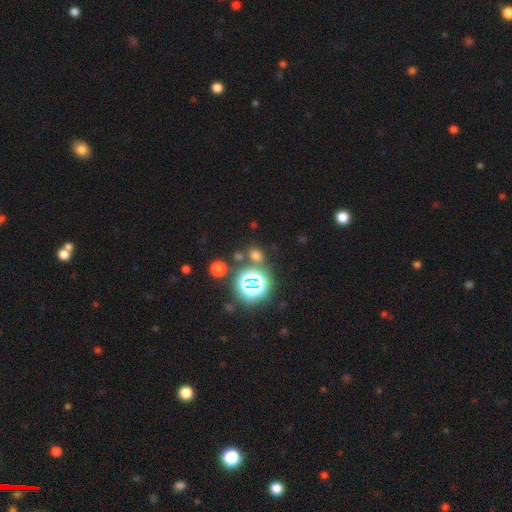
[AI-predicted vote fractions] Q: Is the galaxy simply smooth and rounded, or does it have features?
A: smooth — 54%.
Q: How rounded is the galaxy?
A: round — 61%.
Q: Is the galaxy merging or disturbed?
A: none — 76%.